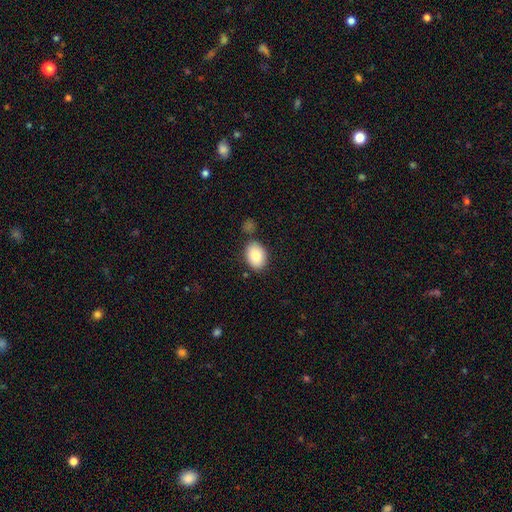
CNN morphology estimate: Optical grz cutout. It shows a smooth galaxy with no disk features (85%) that is in between round and cigar-shaped (81%). Merging: none (76%).